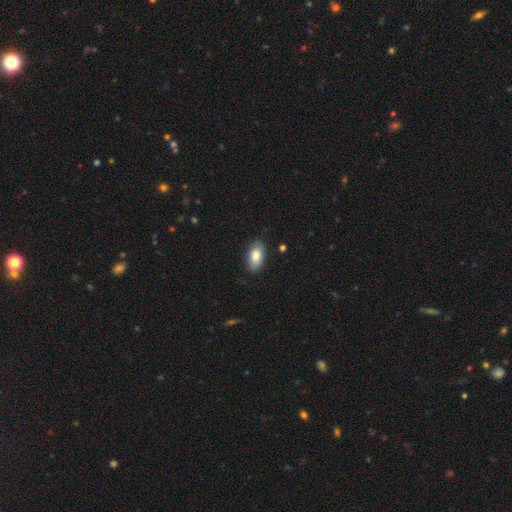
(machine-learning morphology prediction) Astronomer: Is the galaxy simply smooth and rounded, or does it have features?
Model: smooth — 84%.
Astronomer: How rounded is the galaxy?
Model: in between — 93%.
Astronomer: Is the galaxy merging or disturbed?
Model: none — 84%.